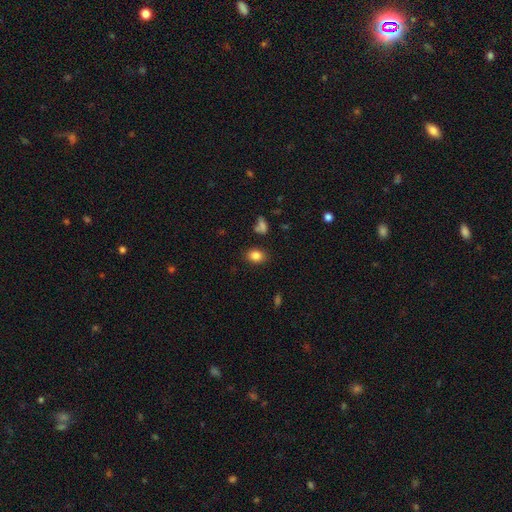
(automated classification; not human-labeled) A smooth galaxy with no disk features (84%) that is in between round and cigar-shaped (62%). Merging: none (84%).